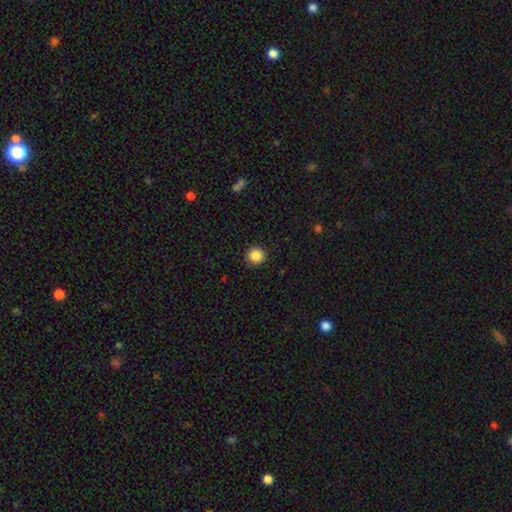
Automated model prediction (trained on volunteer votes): Morphology: type=smooth (87%); roundness=round (93%); merging=none (90%).